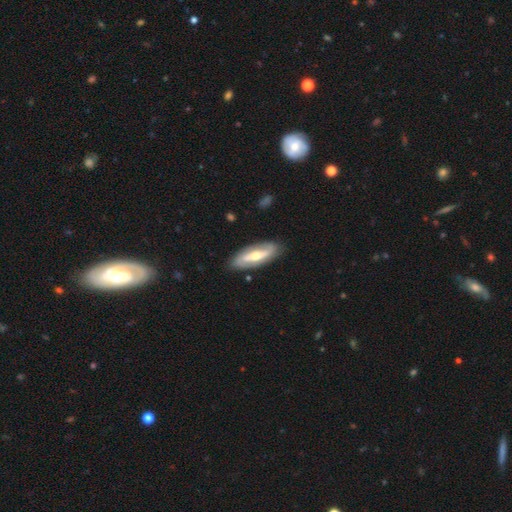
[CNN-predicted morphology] featured or disk 68%, smooth 27%, star or artifact 5%. Down the decision tree: edge-on disk — no (78%); bar — strong (43%); spiral arms — yes (71%); bulge size — moderate (67%); merging — none (86%).